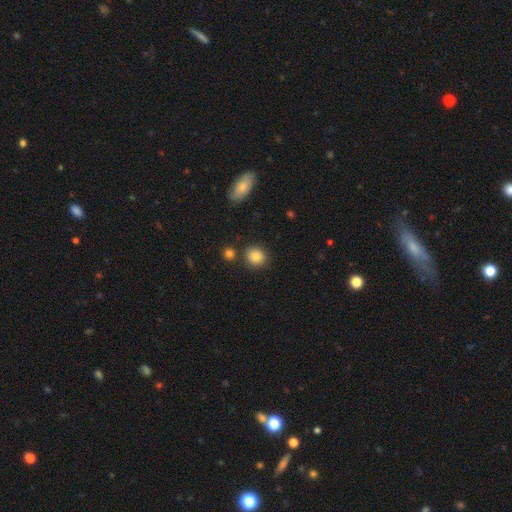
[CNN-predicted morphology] Smooth or featured? smooth (84%)
How rounded? round (76%)
Merging? none (81%)